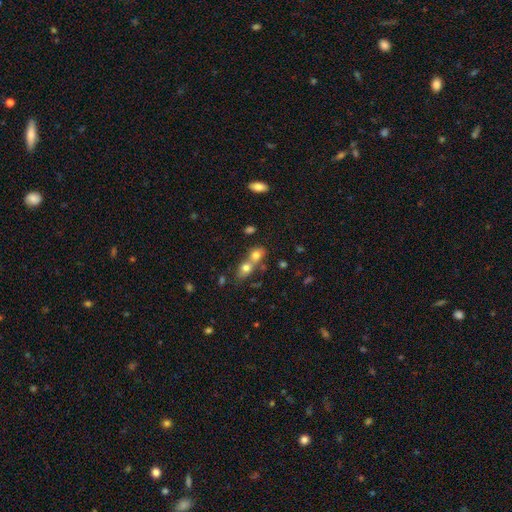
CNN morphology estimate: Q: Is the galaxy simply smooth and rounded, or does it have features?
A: smooth — 73%.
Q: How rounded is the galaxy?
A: round — 49%.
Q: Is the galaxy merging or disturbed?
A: merger — 64%.